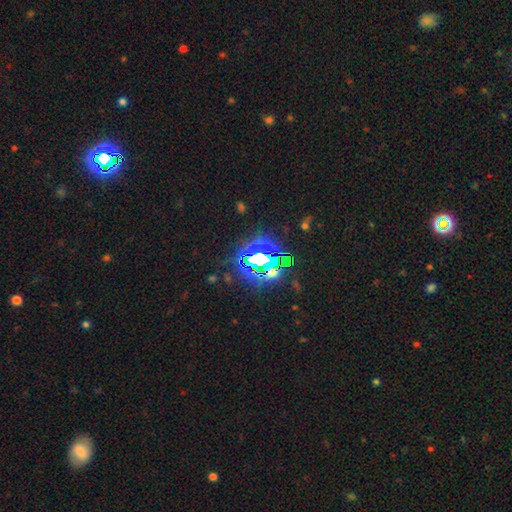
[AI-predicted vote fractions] This is likely a star or artifact rather than a galaxy (77%).